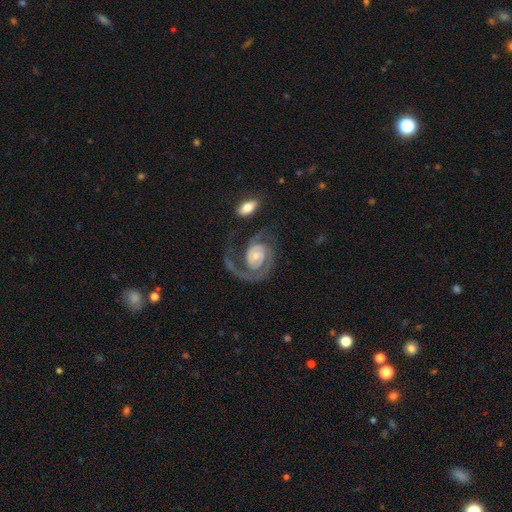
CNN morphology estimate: Smooth or featured: featured or disk — 89% (smooth — 6%)
Edge-on disk: no — 98% (yes — 2%)
Bar: no — 61% (weak — 30%)
Spiral arms: yes — 97% (no — 3%)
Spiral winding: medium — 43% (tight — 40%)
Spiral arm count: 2 — 61% (1 — 25%)
Bulge size: small — 63% (moderate — 28%)
Merging: none — 47% (major disturbance — 33%)